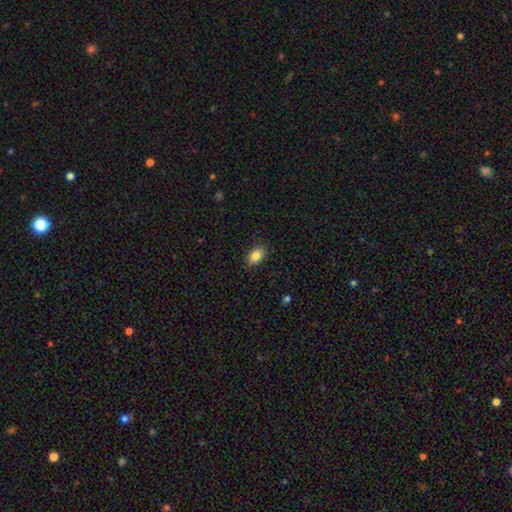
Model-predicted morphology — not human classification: A smooth galaxy with no disk features (87%) that is in between round and cigar-shaped (91%). Merging: none (88%).